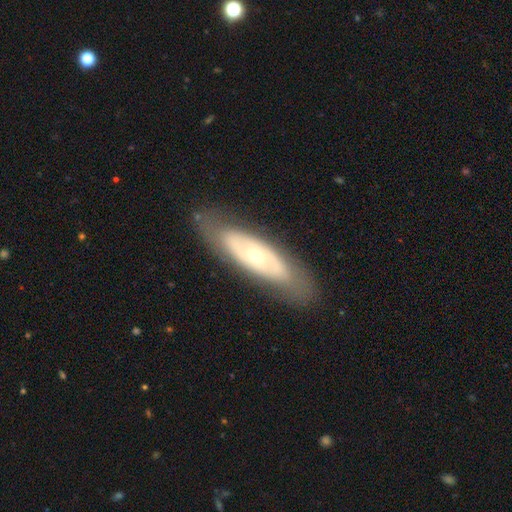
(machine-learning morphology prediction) This is likely a featured or disk galaxy (66%). It is likely not viewed edge-on (78%). Bar: clearly no (85%). Spiral arm pattern: likely no (67%). Central bulge: possibly small (60%). Merging: likely none (80%).